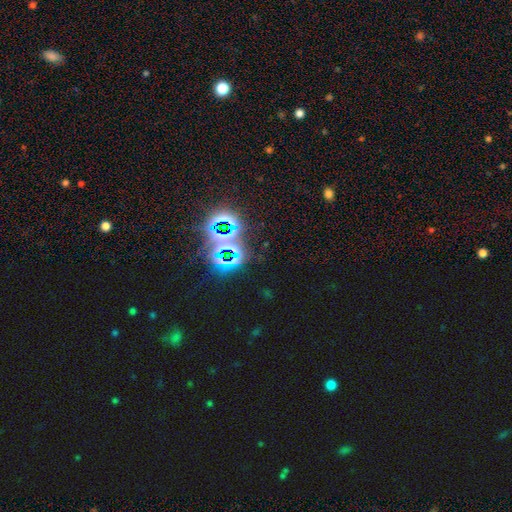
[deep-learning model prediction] star or artifact 81%, smooth 10%, featured or disk 9%.